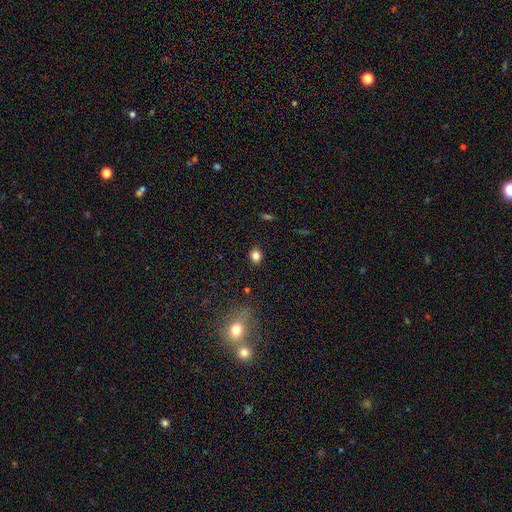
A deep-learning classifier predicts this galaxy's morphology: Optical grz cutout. It shows a smooth galaxy with no disk features (83%) that is round (69%). Merging: none (88%).